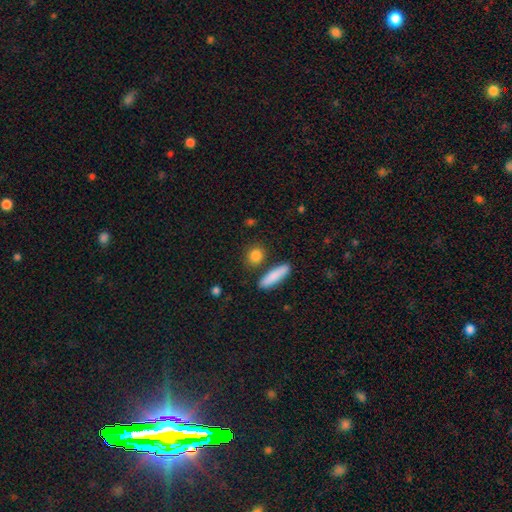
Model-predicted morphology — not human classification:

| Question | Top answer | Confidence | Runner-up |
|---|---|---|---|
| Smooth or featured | smooth | 86% | star or artifact (8%) |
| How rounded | round | 48% | in between (35%) |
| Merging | none | 82% | minor disturbance (9%) |